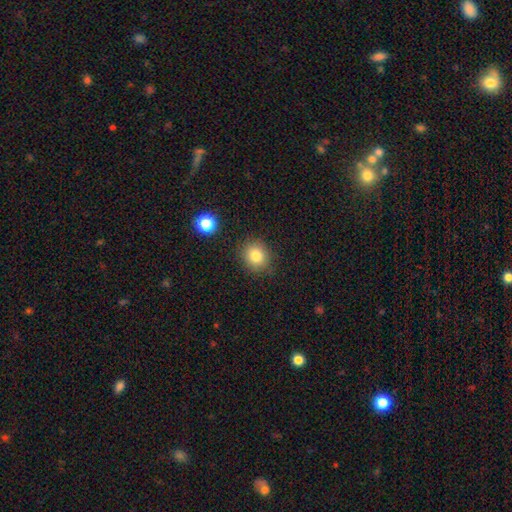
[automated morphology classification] A smooth galaxy with no disk features (81%) that is round (80%). Merging: none (85%).